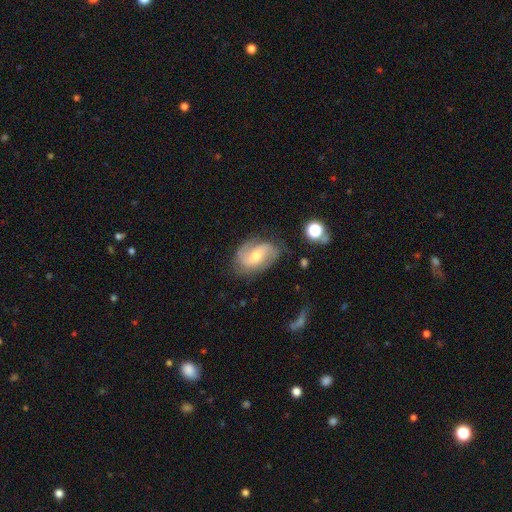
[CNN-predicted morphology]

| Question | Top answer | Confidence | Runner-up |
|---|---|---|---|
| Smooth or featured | featured or disk | 74% | smooth (19%) |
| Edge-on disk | no | 97% | yes (3%) |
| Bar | weak | 45% | no (41%) |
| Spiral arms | yes | 92% | no (8%) |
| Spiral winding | medium | 47% | tight (27%) |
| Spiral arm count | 2 | 78% | can't tell (11%) |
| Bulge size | moderate | 56% | small (38%) |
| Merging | none | 70% | minor disturbance (20%) |